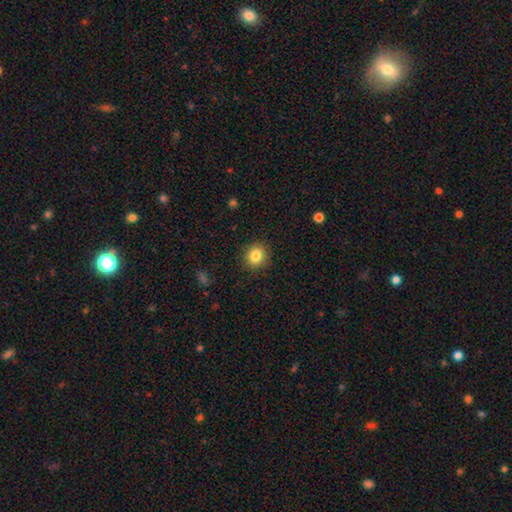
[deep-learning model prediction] Smooth or featured? Predicted: smooth (p=0.84). How rounded? Predicted: round (p=0.85). Merging? Predicted: none (p=0.90).